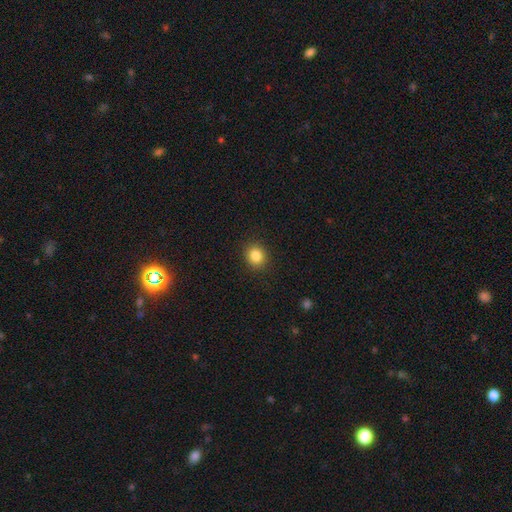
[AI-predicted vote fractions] Morphology: type=smooth (85%); roundness=round (75%); merging=none (90%).